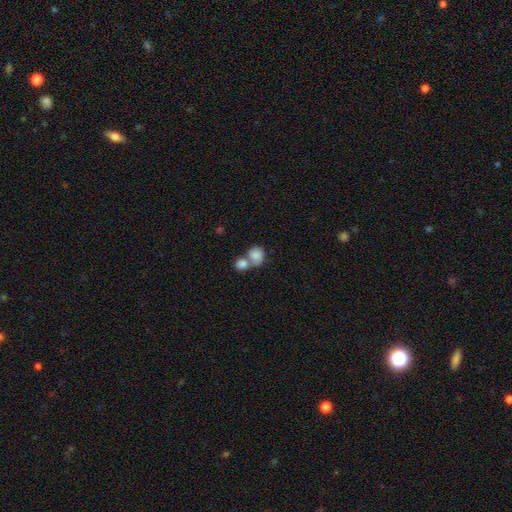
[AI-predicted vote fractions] Smooth or featured? smooth (83%)
How rounded? round (73%)
Merging? merger (64%)